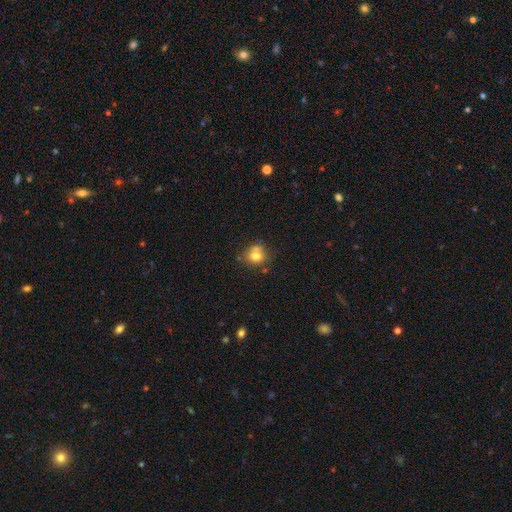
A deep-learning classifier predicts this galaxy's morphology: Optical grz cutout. It shows a smooth galaxy with no disk features (76%) that is round (75%). Merging: none (56%).